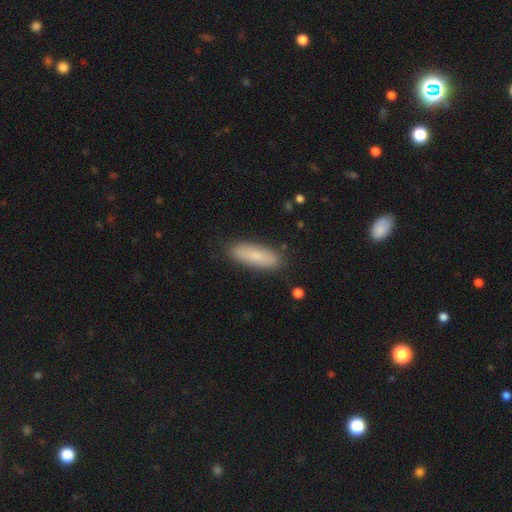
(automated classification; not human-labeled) A smooth galaxy with no disk features (79%) that is in between round and cigar-shaped (53%). Merging: none (86%).